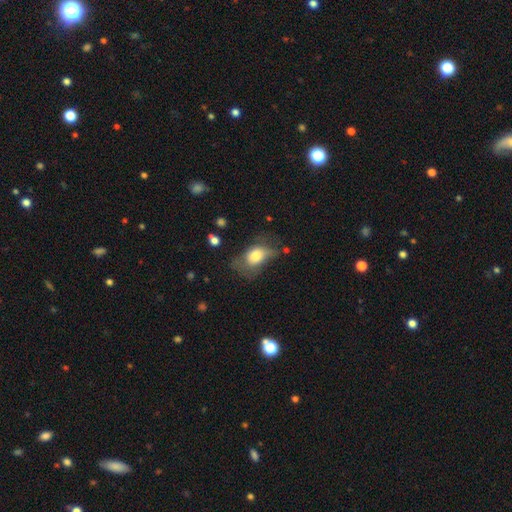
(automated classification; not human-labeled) This appears to be a smooth galaxy with no disk features (72%) that is in between round and cigar-shaped (80%). Merging: none (39%).